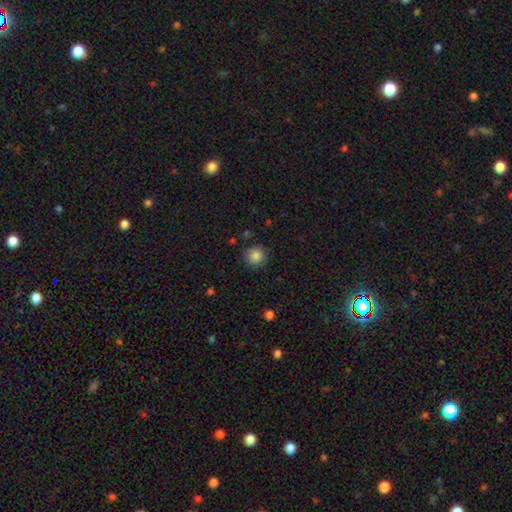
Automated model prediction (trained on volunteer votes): Overall: smooth (86%). How rounded: round (93%). Merging: none (87%).